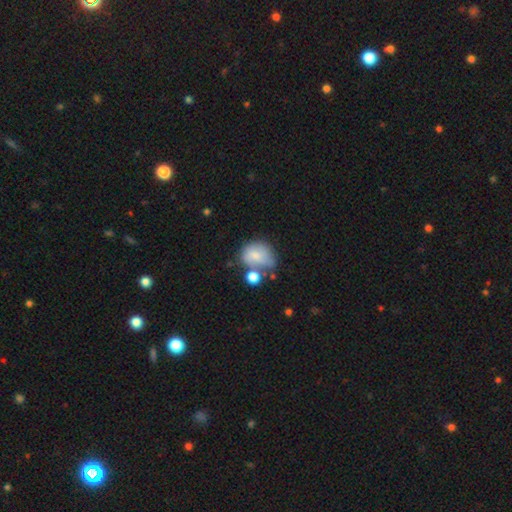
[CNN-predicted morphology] Smooth or featured? Predicted: smooth (p=0.67). How rounded? Predicted: round (p=0.51). Merging? Predicted: none (p=0.34).